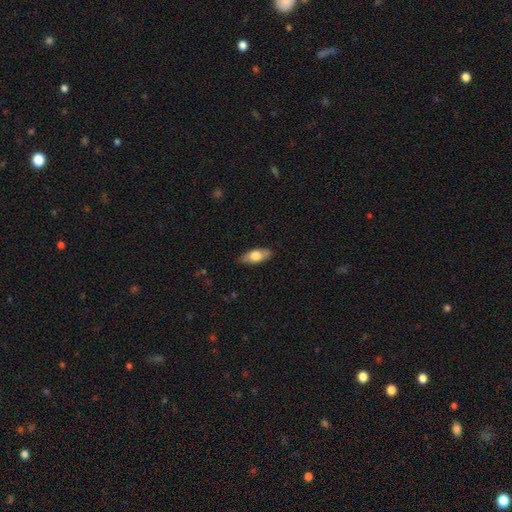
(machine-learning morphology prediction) This is likely a smooth galaxy (70%). How rounded: clearly in between (83%). Merging: clearly none (86%).